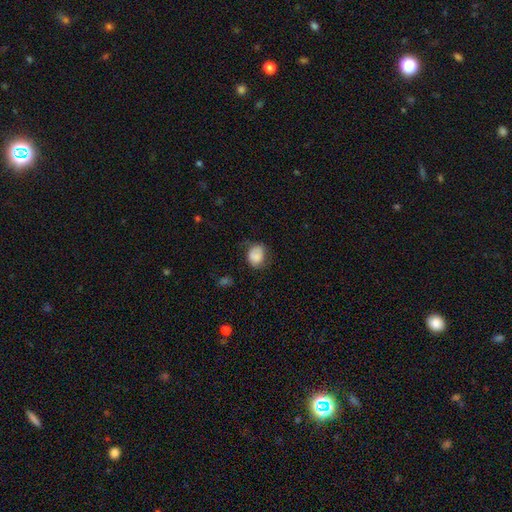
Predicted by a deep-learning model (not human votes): A smooth galaxy with no disk features (81%) that is round (55%).

Vote fractions:
- Smooth or featured? smooth: 81% / featured or disk: 10% / star or artifact: 8%
- How rounded? round: 55% / in between: 44% / cigar-shaped: 1%
- Merging? none: 57% / minor disturbance: 29% / major disturbance: 12% / merger: 2%